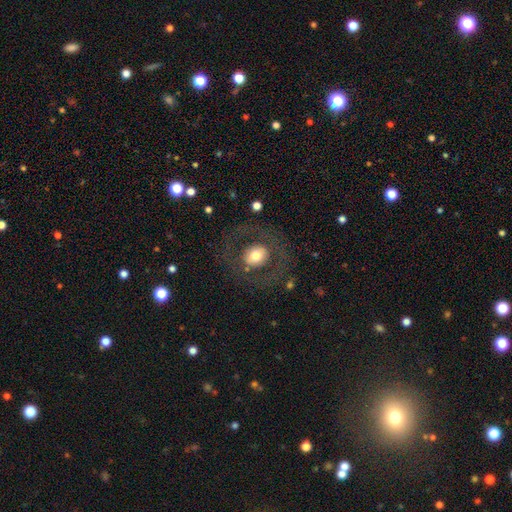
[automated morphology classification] A smooth galaxy with no disk features (54%) that is round (77%).

Vote fractions:
- Smooth or featured? smooth: 54% / featured or disk: 38% / star or artifact: 8%
- How rounded? round: 77% / in between: 22% / cigar-shaped: 1%
- Merging? none: 77% / major disturbance: 12% / minor disturbance: 10% / merger: 1%